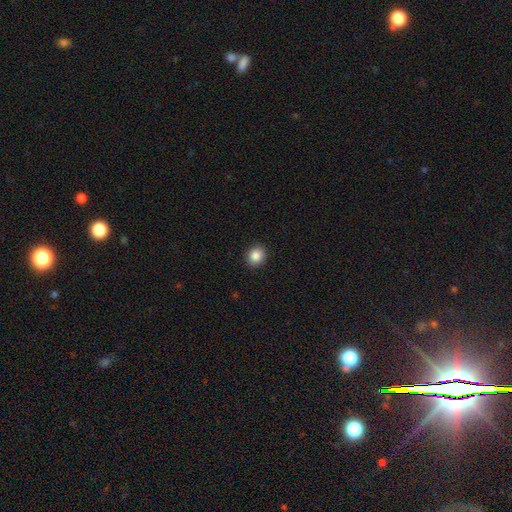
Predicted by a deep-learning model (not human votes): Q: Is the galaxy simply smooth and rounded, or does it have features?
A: smooth — 87%.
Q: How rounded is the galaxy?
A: round — 76%.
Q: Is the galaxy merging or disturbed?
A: none — 91%.